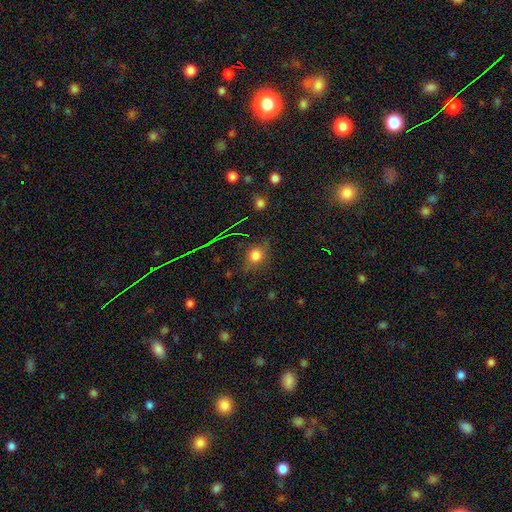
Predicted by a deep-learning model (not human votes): smooth 74%, star or artifact 17%, featured or disk 9%. Down the decision tree: how rounded — round (71%); merging — none (76%).